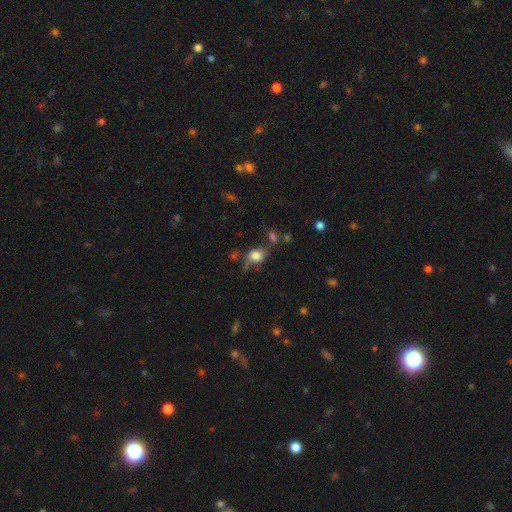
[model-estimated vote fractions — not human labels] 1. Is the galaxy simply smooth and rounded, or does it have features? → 65% smooth, 23% featured or disk, 12% star or artifact.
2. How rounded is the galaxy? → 60% in between, 38% round, 2% cigar-shaped.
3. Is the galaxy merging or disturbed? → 45% none, 25% minor disturbance, 18% major disturbance, 11% merger.